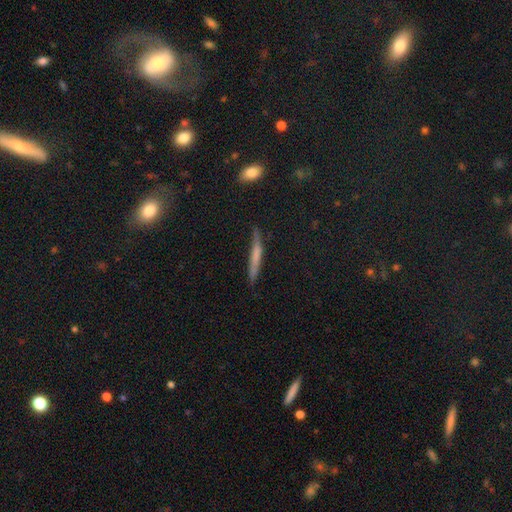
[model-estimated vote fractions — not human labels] This appears to be a smooth galaxy with no disk features (56%) that is cigar-shaped (94%). Merging: none (79%).